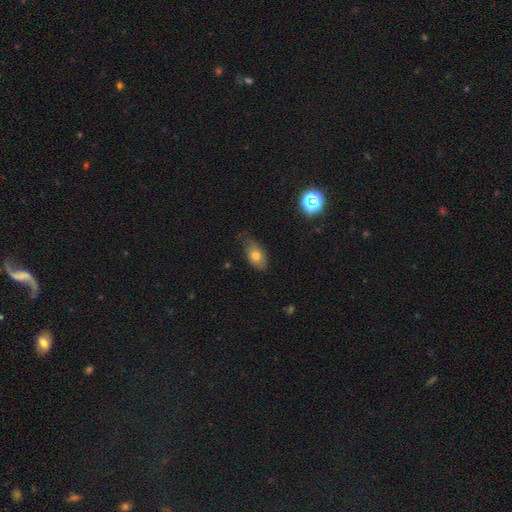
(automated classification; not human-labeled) smooth-or-featured: smooth: 72% | featured or disk: 19% | star or artifact: 9%
  how-rounded: in between: 87% | round: 10% | cigar-shaped: 3%
  merging: none: 54% | minor disturbance: 34% | major disturbance: 10% | merger: 2%